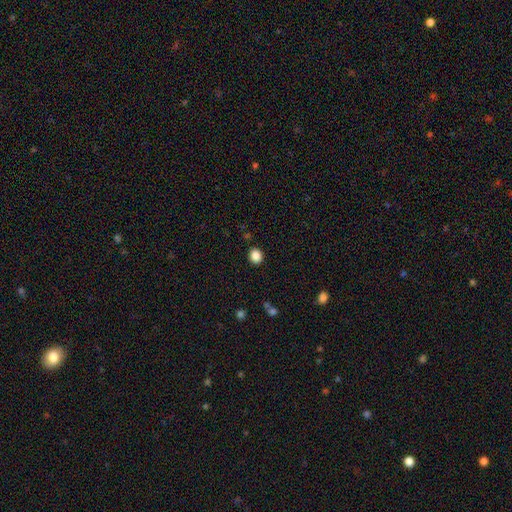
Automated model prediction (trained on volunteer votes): Q: Smooth or featured?
A: smooth (87%); runner-up: star or artifact (10%)
Q: How rounded?
A: round (73%); runner-up: in between (26%)
Q: Merging?
A: none (90%); runner-up: minor disturbance (6%)